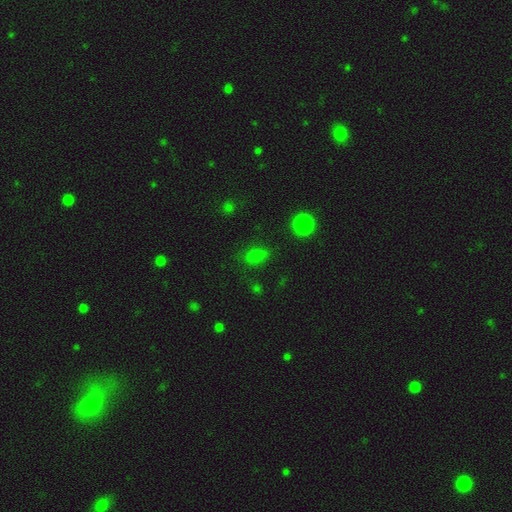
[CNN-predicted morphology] This is likely a smooth galaxy (76%). How rounded: likely in between (78%). Merging: likely none (74%).